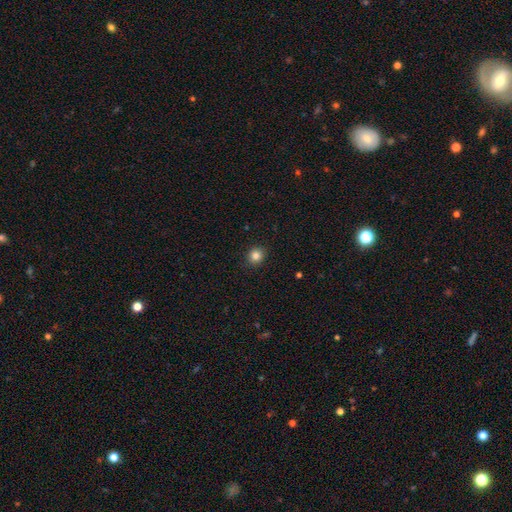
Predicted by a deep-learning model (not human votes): smooth 84%, star or artifact 11%, featured or disk 5%. Down the decision tree: how rounded — round (86%); merging — none (91%).